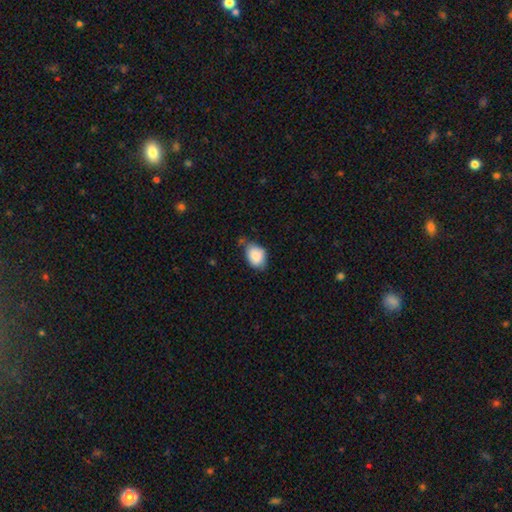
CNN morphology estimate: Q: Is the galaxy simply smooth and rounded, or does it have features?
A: smooth — 86%.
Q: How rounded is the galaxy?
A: in between — 76%.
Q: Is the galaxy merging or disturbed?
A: none — 53%.